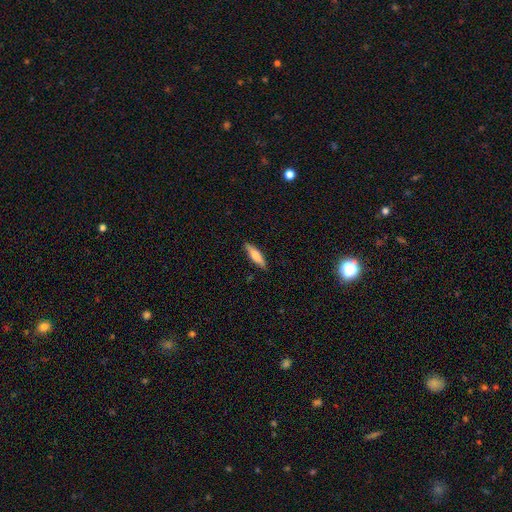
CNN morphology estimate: Q: Smooth or featured?
A: smooth (67%); runner-up: featured or disk (27%)
Q: How rounded?
A: cigar-shaped (69%); runner-up: in between (29%)
Q: Merging?
A: none (85%); runner-up: minor disturbance (11%)